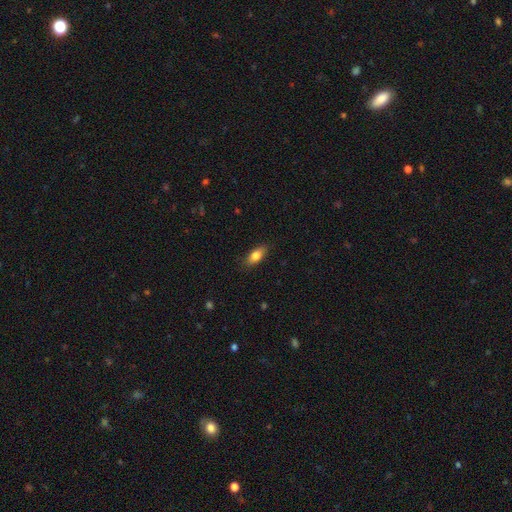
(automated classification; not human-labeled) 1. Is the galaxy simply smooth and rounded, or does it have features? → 80% smooth, 13% featured or disk, 7% star or artifact.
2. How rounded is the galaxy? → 83% in between, 13% cigar-shaped, 4% round.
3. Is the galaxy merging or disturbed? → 85% none, 12% minor disturbance, 3% major disturbance, 1% merger.